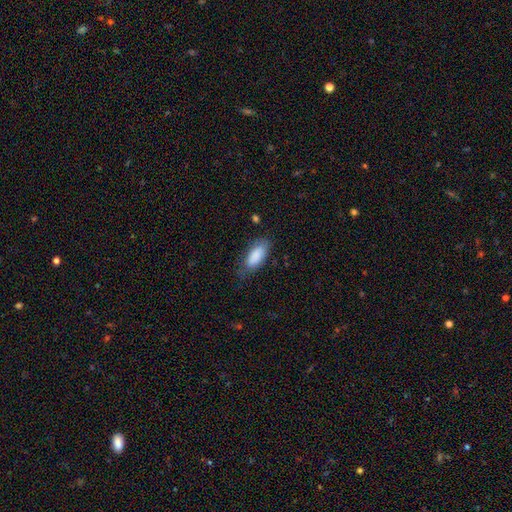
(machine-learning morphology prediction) Overall: smooth (86%). How rounded: in between (85%). Merging: none (67%).